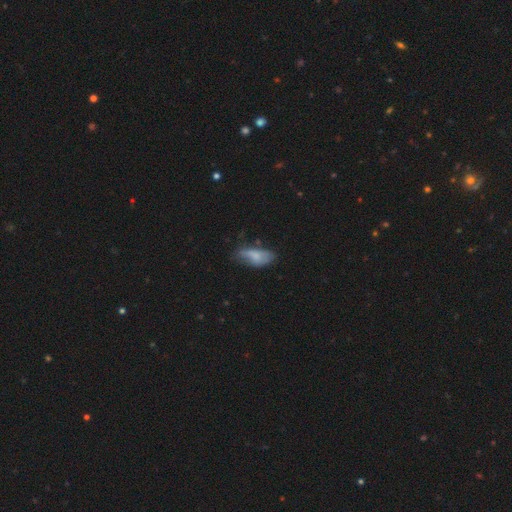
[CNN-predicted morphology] The model was most divided on "merging": none: 42%, minor disturbance: 36%, major disturbance: 17%, merger: 5%. More confident: how rounded — in between (84%); smooth or featured — smooth (67%).